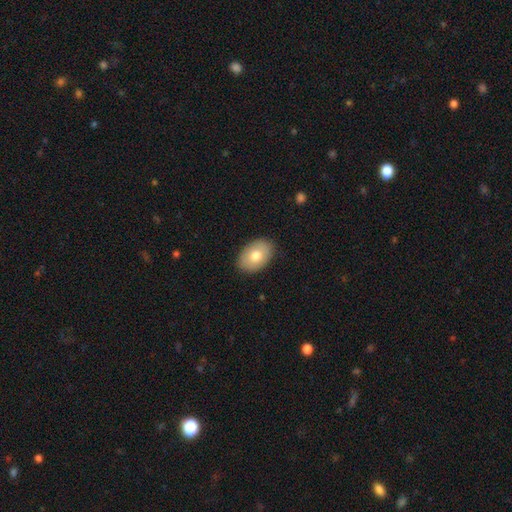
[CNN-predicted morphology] Q: Smooth or featured?
A: smooth (75%); runner-up: featured or disk (19%)
Q: How rounded?
A: in between (87%); runner-up: round (12%)
Q: Merging?
A: none (87%); runner-up: minor disturbance (9%)